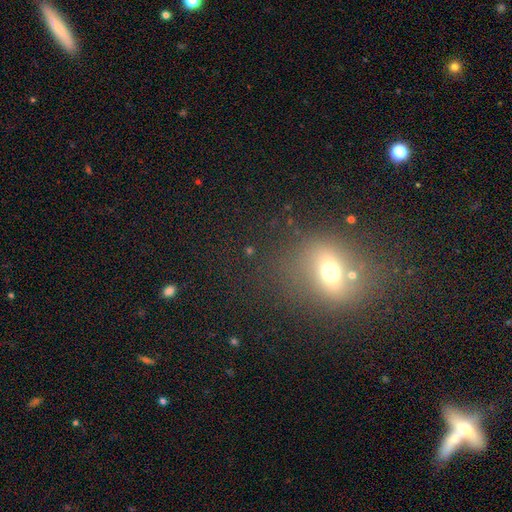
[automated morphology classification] The model was most divided on "smooth or featured": smooth: 41%, star or artifact: 31%, featured or disk: 29%. More confident: merging — none (64%).